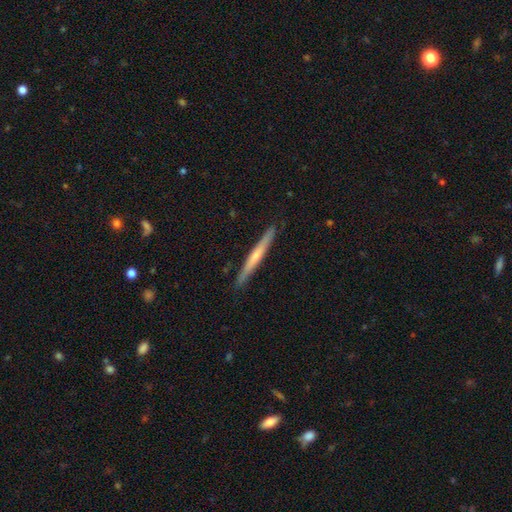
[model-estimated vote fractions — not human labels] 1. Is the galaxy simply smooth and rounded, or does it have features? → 50% featured or disk, 44% smooth, 5% star or artifact.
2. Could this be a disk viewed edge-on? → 96% yes, 4% no.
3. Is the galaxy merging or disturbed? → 91% none, 7% minor disturbance, 1% major disturbance, 1% merger.